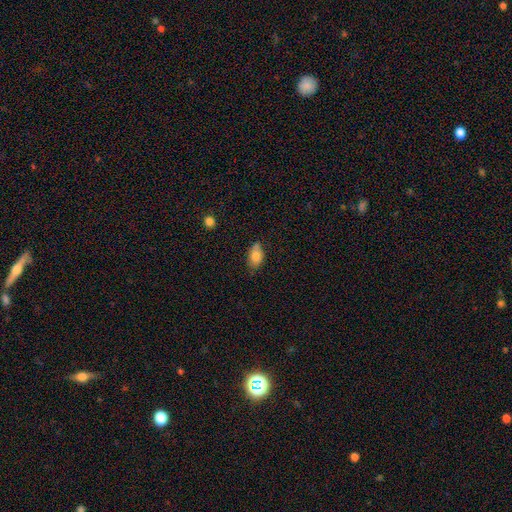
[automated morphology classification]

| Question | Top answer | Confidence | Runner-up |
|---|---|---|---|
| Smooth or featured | smooth | 82% | featured or disk (10%) |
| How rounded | in between | 91% | round (7%) |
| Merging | none | 62% | minor disturbance (29%) |